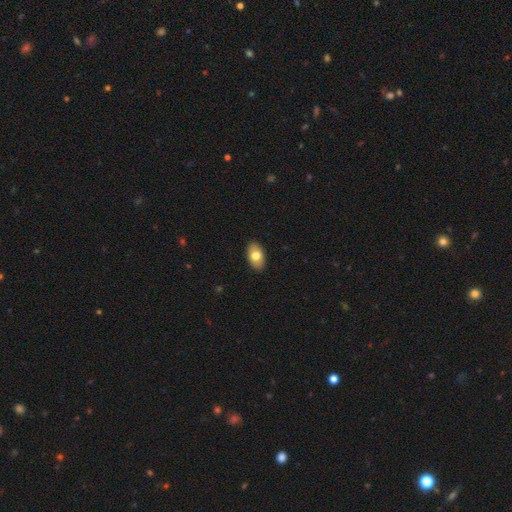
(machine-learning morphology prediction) This appears to be a smooth galaxy with no disk features (77%) that is in between round and cigar-shaped (93%). Merging: none (90%).